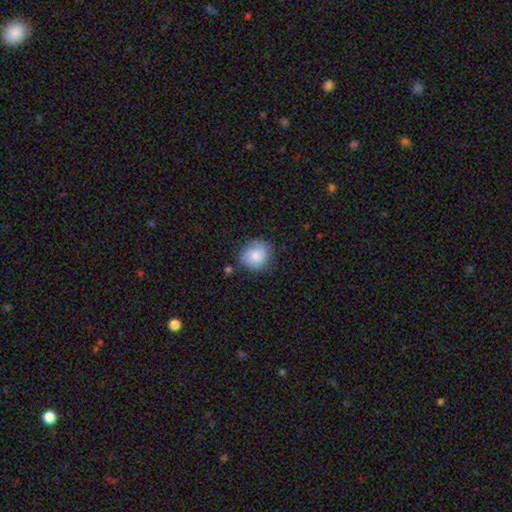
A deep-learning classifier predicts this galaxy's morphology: Q: Smooth or featured?
A: smooth (78%); runner-up: featured or disk (14%)
Q: How rounded?
A: round (80%); runner-up: in between (19%)
Q: Merging?
A: none (69%); runner-up: minor disturbance (22%)